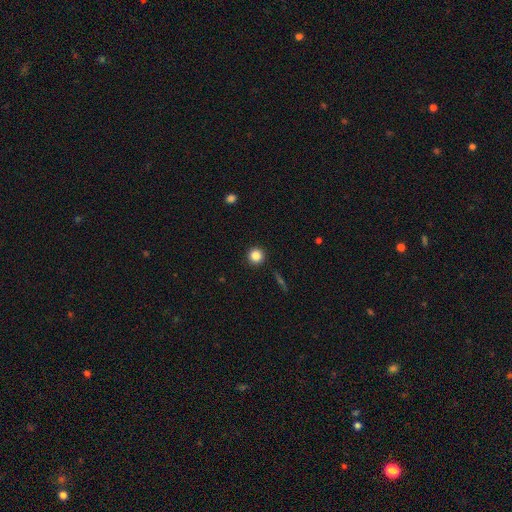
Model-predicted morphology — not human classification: This is clearly a smooth galaxy (84%). How rounded: clearly round (95%). Merging: clearly none (92%).